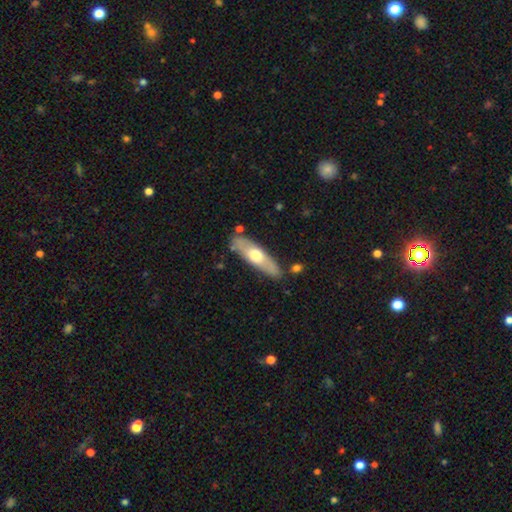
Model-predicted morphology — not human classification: Smooth or featured? Predicted: smooth (p=0.51). How rounded? Predicted: cigar-shaped (p=0.57). Merging? Predicted: none (p=0.82).